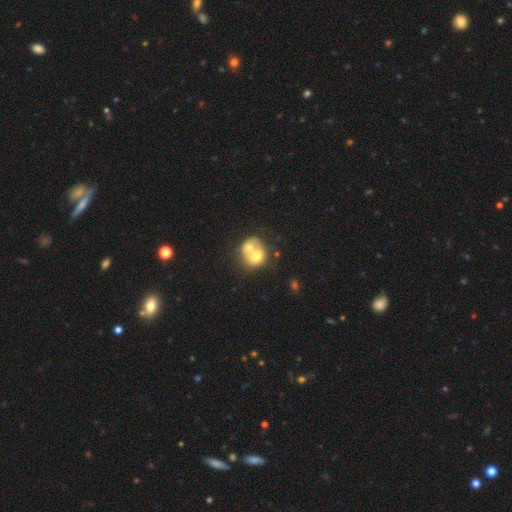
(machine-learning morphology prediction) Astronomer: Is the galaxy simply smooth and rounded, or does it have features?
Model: smooth — 62%.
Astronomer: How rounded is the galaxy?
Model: round — 65%.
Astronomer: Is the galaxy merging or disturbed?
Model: merger — 71%.